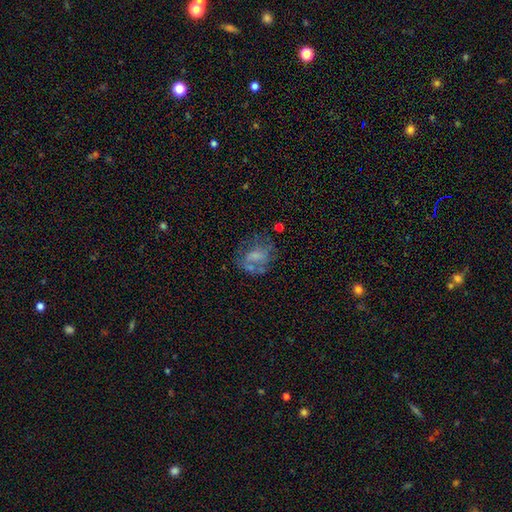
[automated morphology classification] Smooth or featured? Predicted: featured or disk (p=0.46). Merging? Predicted: none (p=0.44).